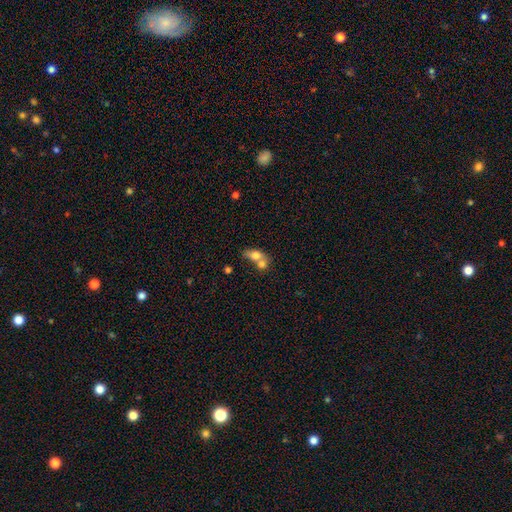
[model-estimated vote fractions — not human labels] Smooth or featured?
  - smooth: 72% *
  - featured or disk: 19%
  - star or artifact: 8%
How rounded?
  - in between: 70% *
  - round: 25%
  - cigar-shaped: 4%
Merging?
  - merger: 68% *
  - none: 20%
  - minor disturbance: 7%
  - major disturbance: 4%